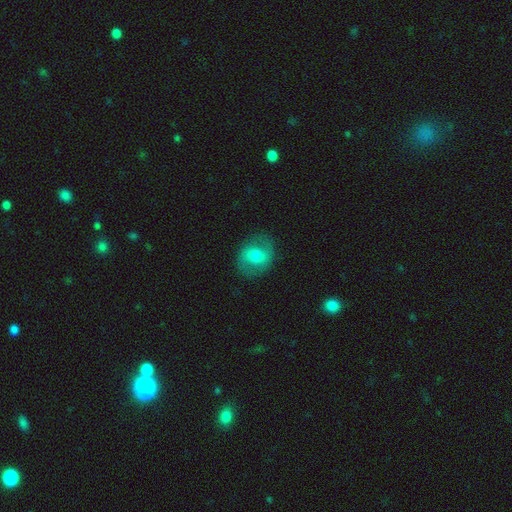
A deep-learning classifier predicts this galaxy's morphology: A smooth galaxy with no disk features (47%).

Vote fractions:
- Smooth or featured? smooth: 47% / featured or disk: 45% / star or artifact: 8%
- Merging? none: 82% / minor disturbance: 12% / major disturbance: 5% / merger: 1%